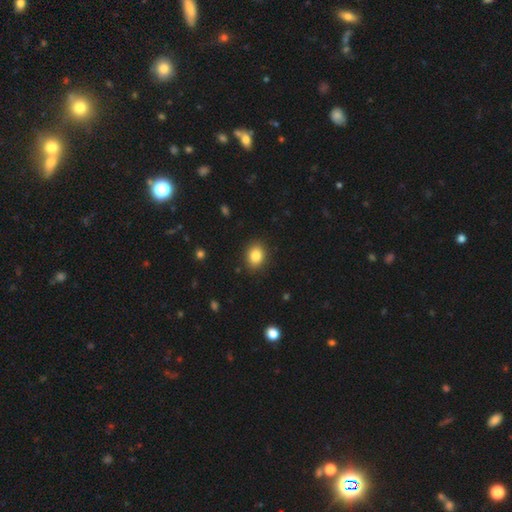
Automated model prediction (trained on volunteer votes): This is clearly a smooth galaxy (84%). How rounded: possibly in between (58%). Merging: clearly none (88%).